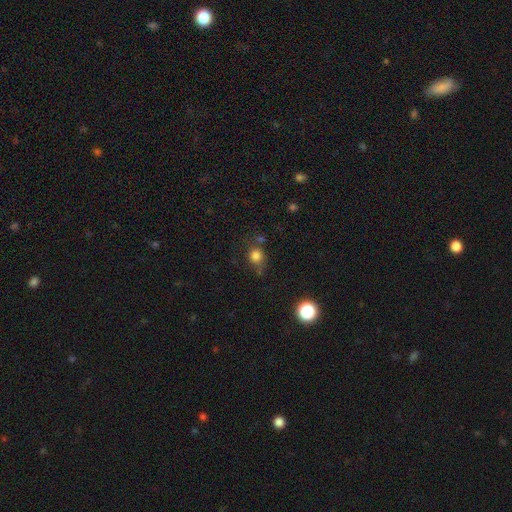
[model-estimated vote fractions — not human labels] Smooth or featured: smooth — 79% (star or artifact — 14%)
How rounded: round — 82% (in between — 17%)
Merging: none — 60% (minor disturbance — 20%)